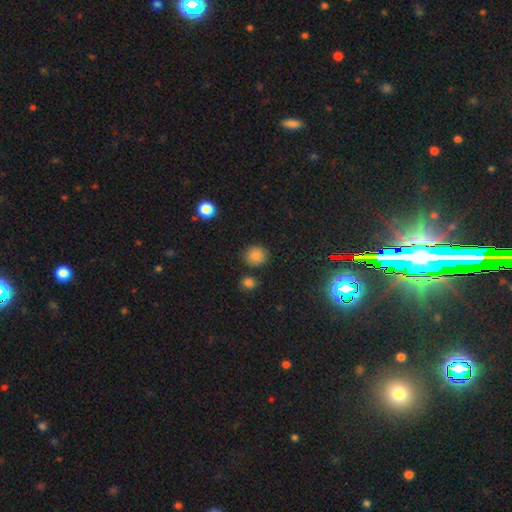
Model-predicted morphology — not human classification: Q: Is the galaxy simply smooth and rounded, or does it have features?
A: smooth — 84%.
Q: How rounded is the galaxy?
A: round — 83%.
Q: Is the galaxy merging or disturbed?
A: none — 82%.